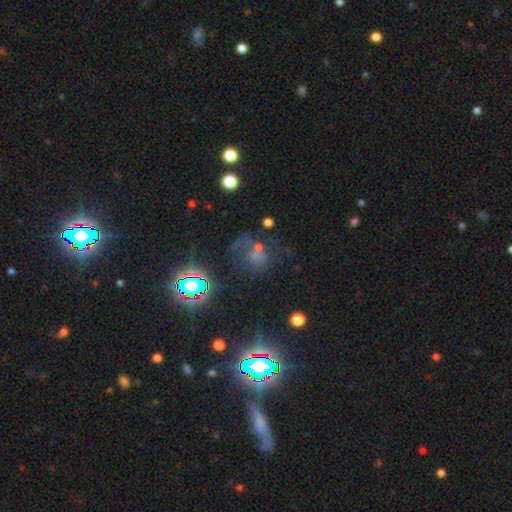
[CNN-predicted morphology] smooth_or_featured: star or artifact (p=0.56) [alt: featured or disk p=0.23]